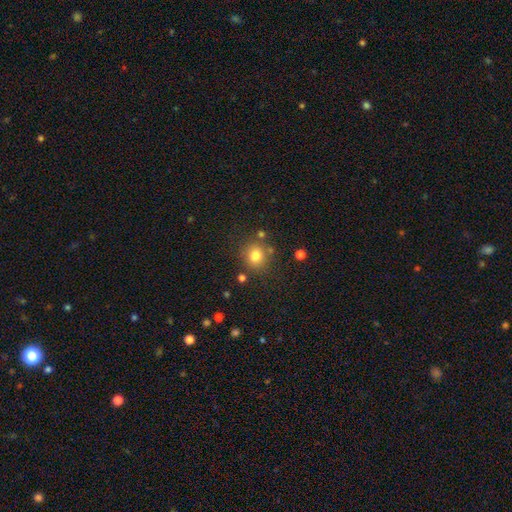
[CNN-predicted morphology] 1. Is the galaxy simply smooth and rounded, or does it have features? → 78% smooth, 14% star or artifact, 8% featured or disk.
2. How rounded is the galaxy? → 83% round, 16% in between, 1% cigar-shaped.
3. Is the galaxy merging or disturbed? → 79% none, 11% minor disturbance, 6% merger, 4% major disturbance.